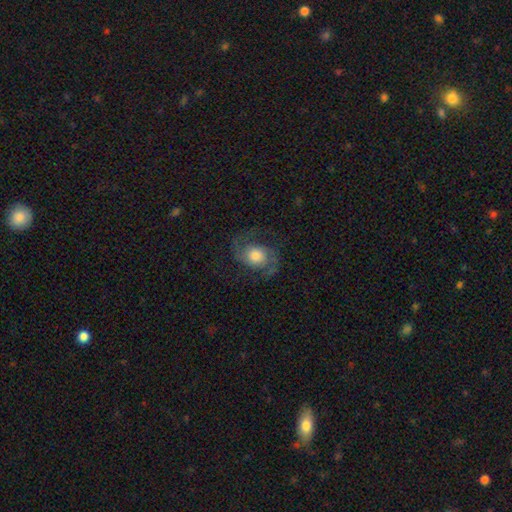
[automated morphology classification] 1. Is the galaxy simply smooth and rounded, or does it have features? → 76% featured or disk, 16% smooth, 7% star or artifact.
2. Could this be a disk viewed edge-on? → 98% no, 2% yes.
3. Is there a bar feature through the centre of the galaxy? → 73% no, 22% weak, 4% strong.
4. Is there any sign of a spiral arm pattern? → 94% yes, 6% no.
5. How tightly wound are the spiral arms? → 53% medium, 31% loose, 16% tight.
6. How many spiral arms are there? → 91% 2, 3% can't tell, 2% 1, 2% 3, 1% 4, 1% more than 4.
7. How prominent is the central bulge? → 43% moderate, 35% large, 13% small, 6% dominant, 3% none.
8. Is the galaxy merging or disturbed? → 71% none, 15% minor disturbance, 13% major disturbance, 1% merger.